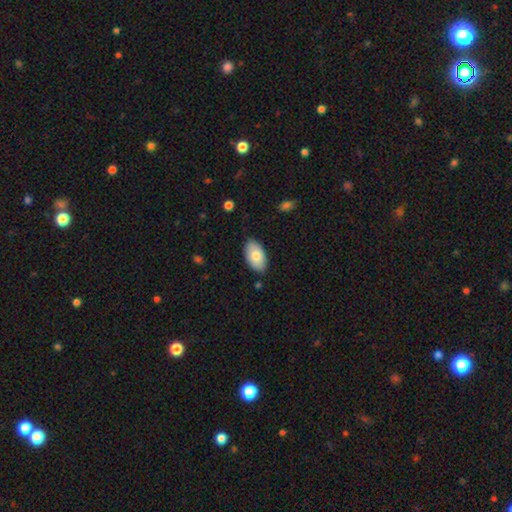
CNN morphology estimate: smooth_or_featured: smooth (p=0.80) [alt: featured or disk p=0.14]
how_rounded: in between (p=0.95) [alt: round p=0.04]
merging: none (p=0.83) [alt: minor disturbance p=0.13]